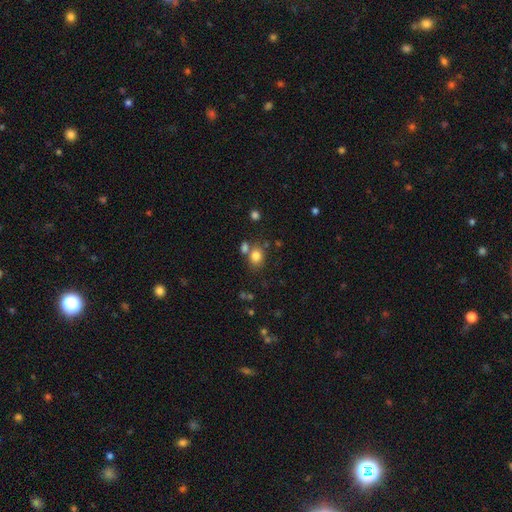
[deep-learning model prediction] This is clearly a smooth galaxy (80%). How rounded: possibly round (56%). Merging: possibly none (60%).